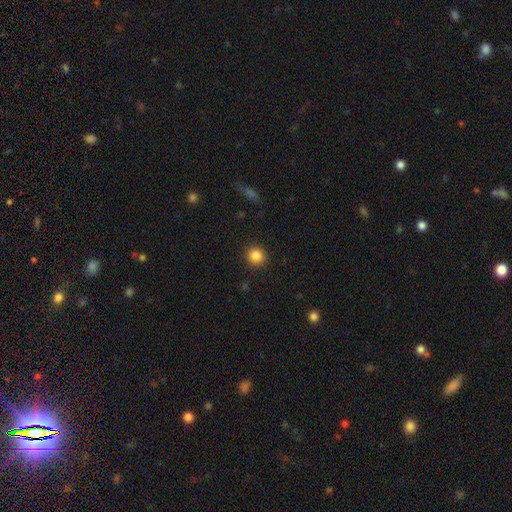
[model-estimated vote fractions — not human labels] Smooth or featured? smooth (85%)
How rounded? round (91%)
Merging? none (91%)